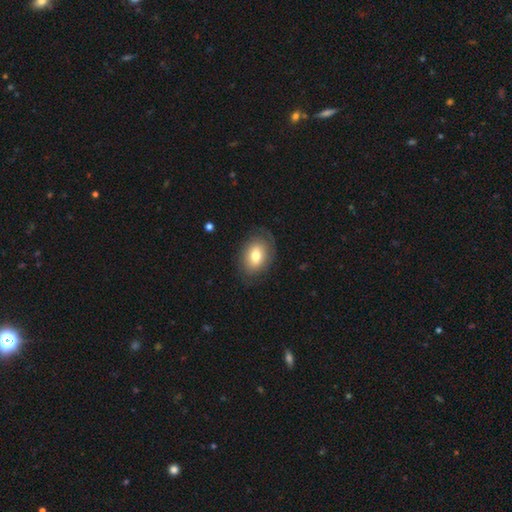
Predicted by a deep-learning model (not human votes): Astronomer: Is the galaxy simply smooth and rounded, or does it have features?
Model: smooth — 65%.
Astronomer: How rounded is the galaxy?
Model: in between — 79%.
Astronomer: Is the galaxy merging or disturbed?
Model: none — 75%.